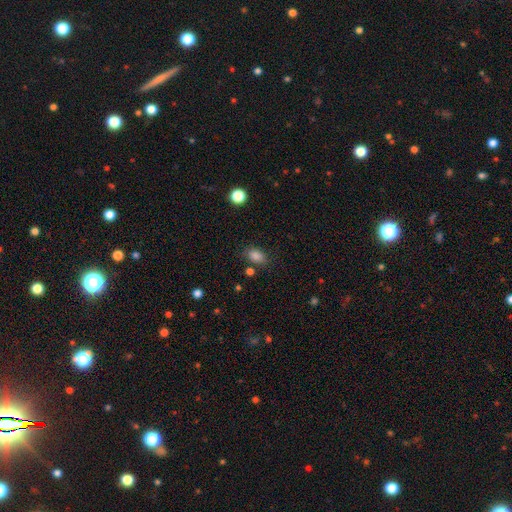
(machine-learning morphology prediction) smooth_or_featured: smooth (p=0.84) [alt: star or artifact p=0.11]
how_rounded: in between (p=0.82) [alt: round p=0.16]
merging: none (p=0.78) [alt: minor disturbance p=0.14]